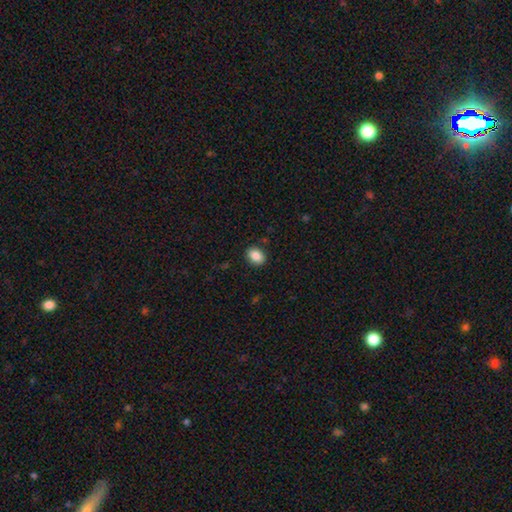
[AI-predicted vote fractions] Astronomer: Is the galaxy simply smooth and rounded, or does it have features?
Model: smooth — 88%.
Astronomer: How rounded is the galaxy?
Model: in between — 69%.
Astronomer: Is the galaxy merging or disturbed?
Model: none — 89%.